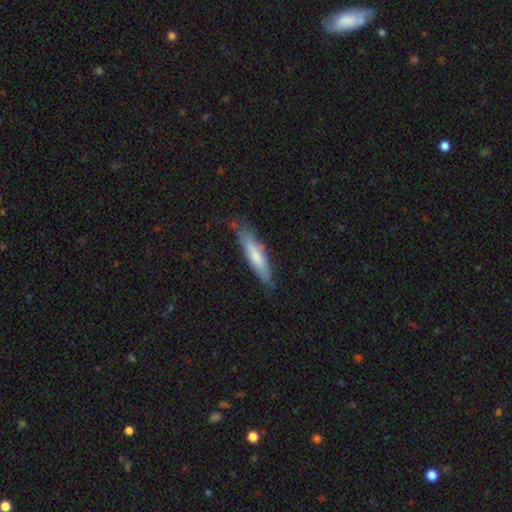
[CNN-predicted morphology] type=smooth (65%); roundness=cigar-shaped (83%); merging=none (73%).